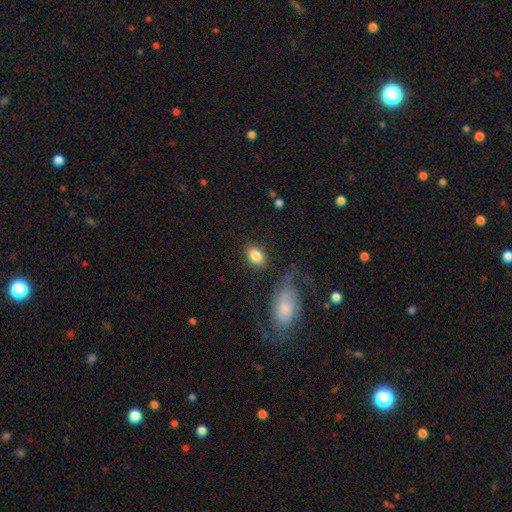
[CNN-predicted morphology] Smooth or featured? smooth (85%)
How rounded? in between (79%)
Merging? none (79%)